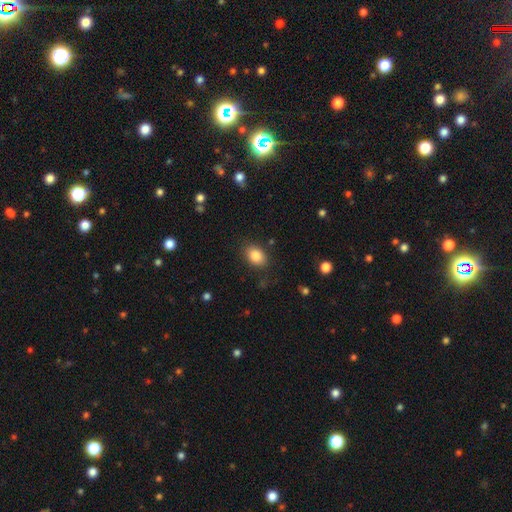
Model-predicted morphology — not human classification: smooth-or-featured: smooth: 85% | star or artifact: 9% | featured or disk: 6%
  how-rounded: in between: 75% | round: 24% | cigar-shaped: 1%
  merging: none: 84% | minor disturbance: 11% | major disturbance: 3% | merger: 1%